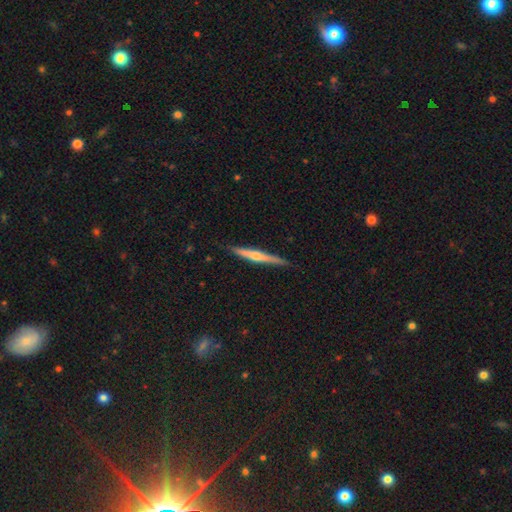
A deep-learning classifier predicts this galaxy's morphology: Overall: featured or disk (67%; smooth 28%). Edge-on disk: yes (98%). Edge-on bulge: rounded (79%). Merging: none (88%).